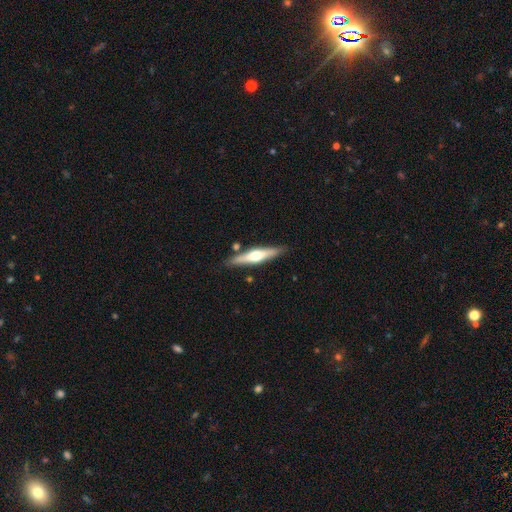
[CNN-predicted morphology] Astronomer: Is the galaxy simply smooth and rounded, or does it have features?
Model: featured or disk — 60% (runner-up: smooth, 35%).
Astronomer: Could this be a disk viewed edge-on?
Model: yes — 94%.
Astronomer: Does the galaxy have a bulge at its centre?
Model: rounded — 92%.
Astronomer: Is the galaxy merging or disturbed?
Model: none — 84%.